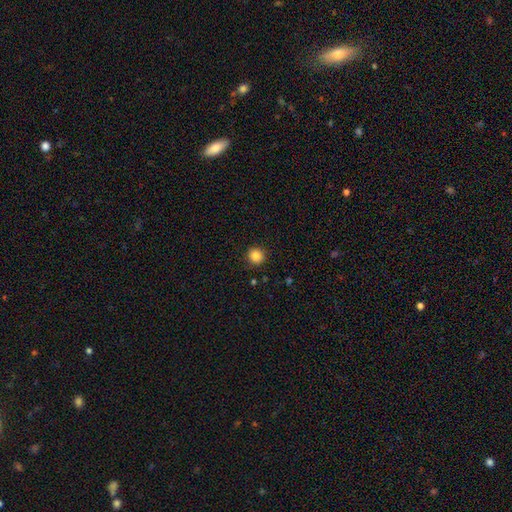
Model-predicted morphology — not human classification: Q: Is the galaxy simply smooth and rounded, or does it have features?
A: smooth — 85%.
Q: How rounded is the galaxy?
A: round — 92%.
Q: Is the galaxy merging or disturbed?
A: none — 91%.